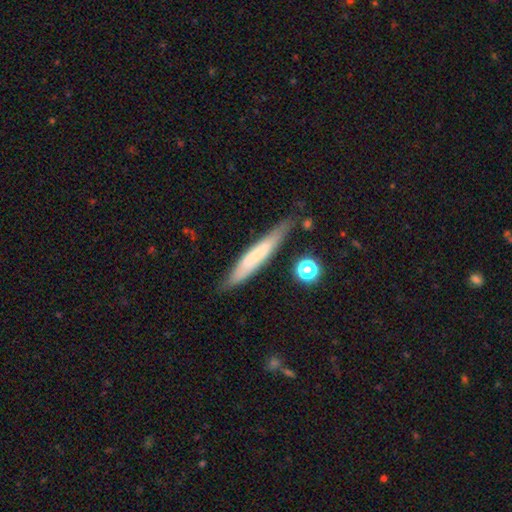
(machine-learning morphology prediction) A smooth galaxy with no disk features (58%) that is cigar-shaped (92%).

Vote fractions:
- Smooth or featured? smooth: 58% / featured or disk: 35% / star or artifact: 7%
- How rounded? cigar-shaped: 92% / in between: 6% / round: 1%
- Merging? none: 77% / minor disturbance: 16% / major disturbance: 3% / merger: 3%